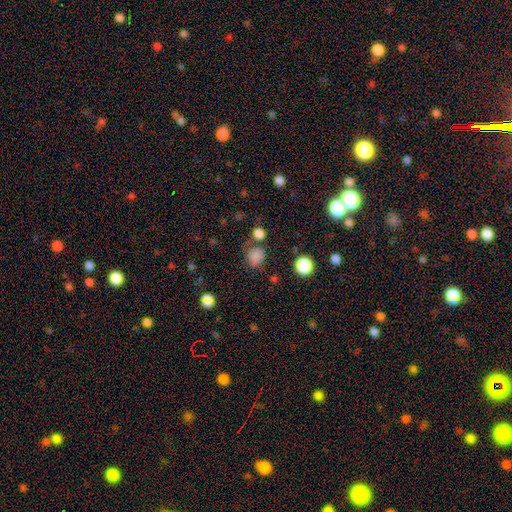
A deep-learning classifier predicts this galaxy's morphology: smooth_or_featured: smooth (p=0.79) [alt: star or artifact p=0.16]
how_rounded: round (p=0.71) [alt: in between p=0.28]
merging: none (p=0.66) [alt: minor disturbance p=0.17]